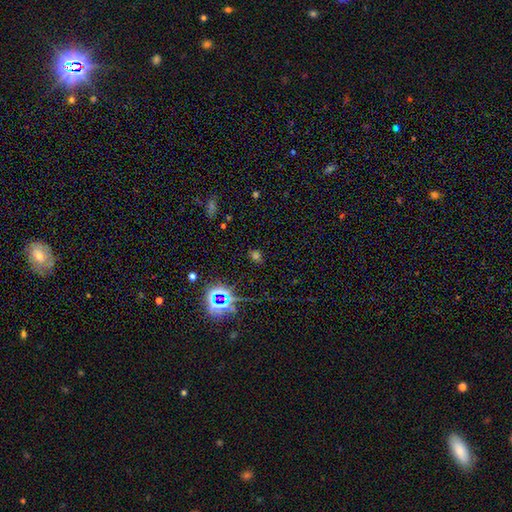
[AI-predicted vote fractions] This appears to be a star or artifact, not a galaxy (56%).